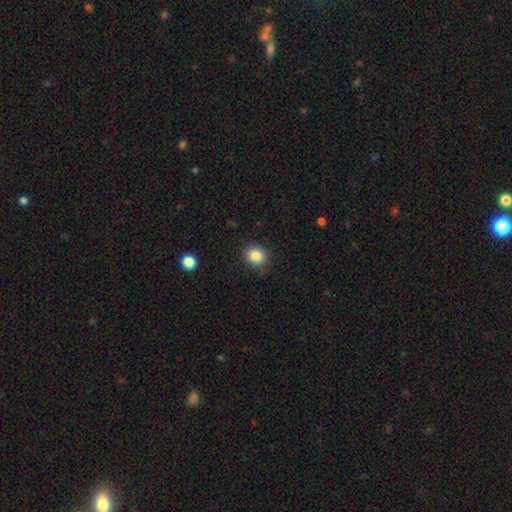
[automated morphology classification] type=smooth (85%); roundness=round (82%); merging=none (87%).